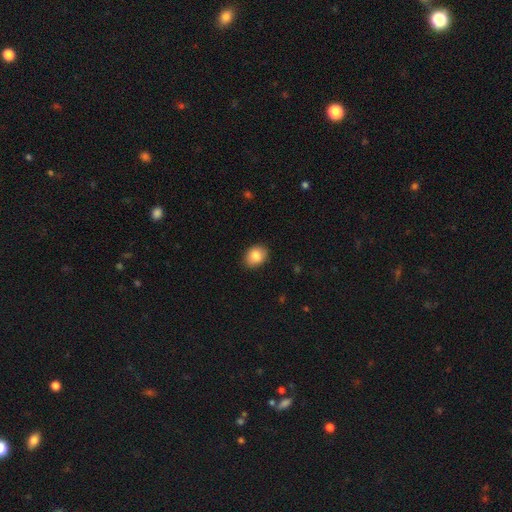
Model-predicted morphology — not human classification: smooth-or-featured: smooth: 85% | star or artifact: 8% | featured or disk: 7%
  how-rounded: in between: 61% | round: 38% | cigar-shaped: 1%
  merging: none: 87% | minor disturbance: 10% | major disturbance: 2% | merger: 1%